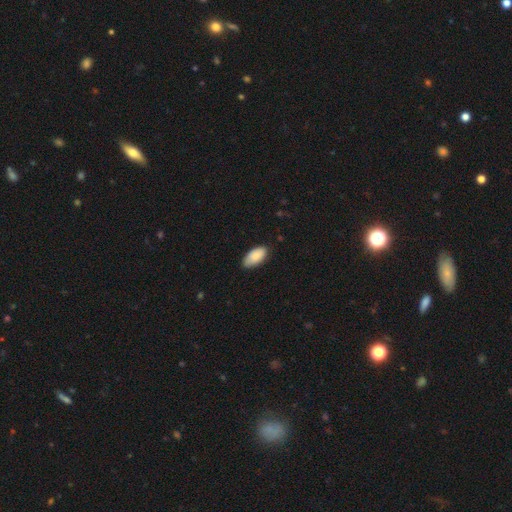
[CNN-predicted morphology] Q: Smooth or featured?
A: smooth (88%); runner-up: featured or disk (6%)
Q: How rounded?
A: in between (95%); runner-up: cigar-shaped (3%)
Q: Merging?
A: none (81%); runner-up: minor disturbance (15%)